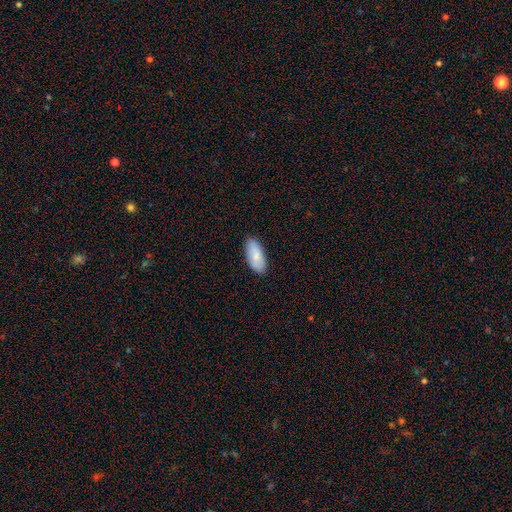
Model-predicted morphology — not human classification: Q: Smooth or featured?
A: smooth (84%); runner-up: featured or disk (10%)
Q: How rounded?
A: in between (89%); runner-up: cigar-shaped (9%)
Q: Merging?
A: none (87%); runner-up: minor disturbance (10%)